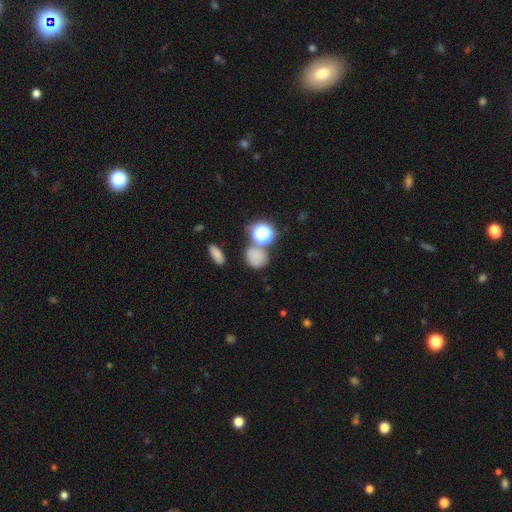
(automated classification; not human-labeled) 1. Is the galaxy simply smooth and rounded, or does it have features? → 72% smooth, 21% star or artifact, 7% featured or disk.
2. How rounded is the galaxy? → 74% round, 24% in between, 2% cigar-shaped.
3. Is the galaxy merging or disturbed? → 66% none, 17% merger, 11% minor disturbance, 5% major disturbance.